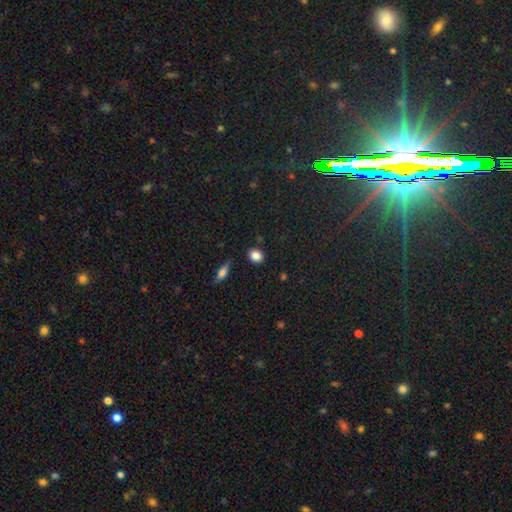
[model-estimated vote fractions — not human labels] smooth_or_featured: smooth (p=0.85) [alt: star or artifact p=0.10]
how_rounded: round (p=0.60) [alt: in between p=0.39]
merging: none (p=0.85) [alt: minor disturbance p=0.10]